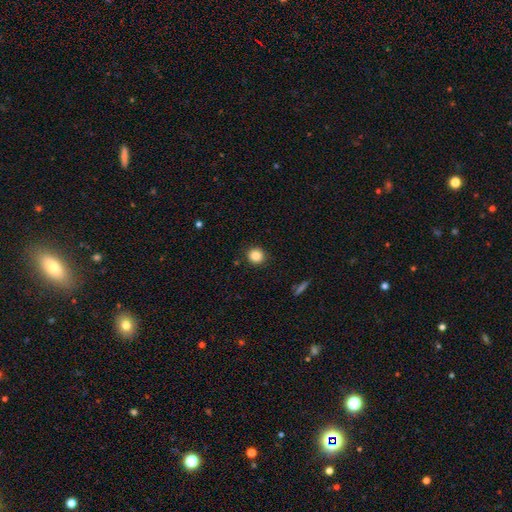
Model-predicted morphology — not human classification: smooth-or-featured: smooth: 85% | star or artifact: 10% | featured or disk: 5%
  how-rounded: round: 92% | in between: 7% | cigar-shaped: 1%
  merging: none: 91% | minor disturbance: 6% | major disturbance: 2% | merger: 1%